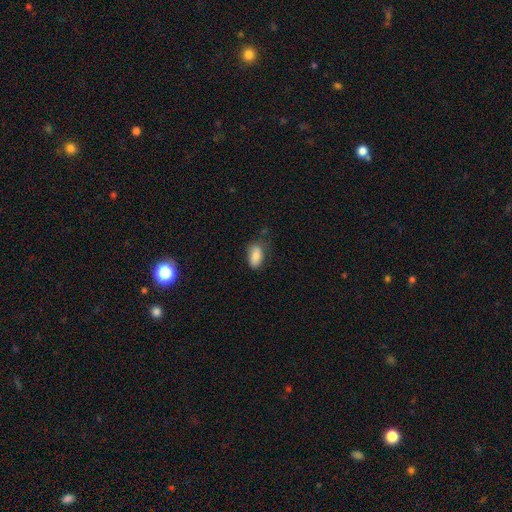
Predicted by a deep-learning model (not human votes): smooth 84%, featured or disk 9%, star or artifact 8%. Down the decision tree: how rounded — in between (91%); merging — none (65%).